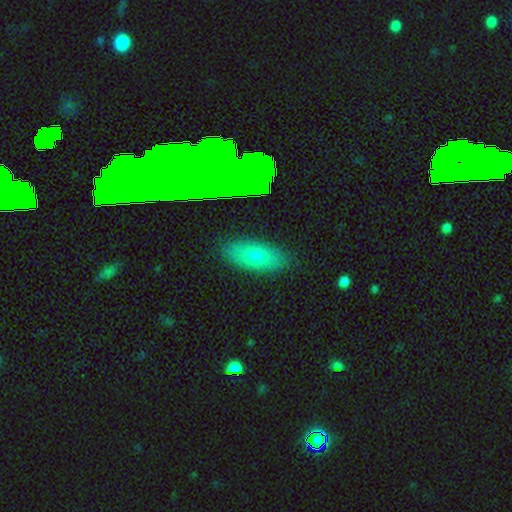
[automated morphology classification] Smooth or featured? smooth (71%)
How rounded? in between (80%)
Merging? none (86%)